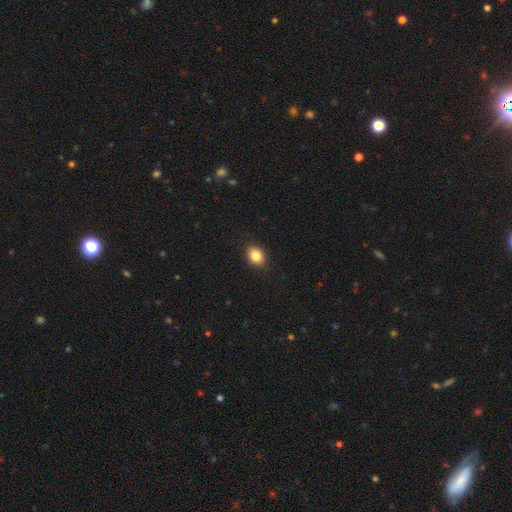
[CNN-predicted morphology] Smooth or featured: smooth — 85% (star or artifact — 9%)
How rounded: in between — 65% (round — 34%)
Merging: none — 90% (minor disturbance — 7%)